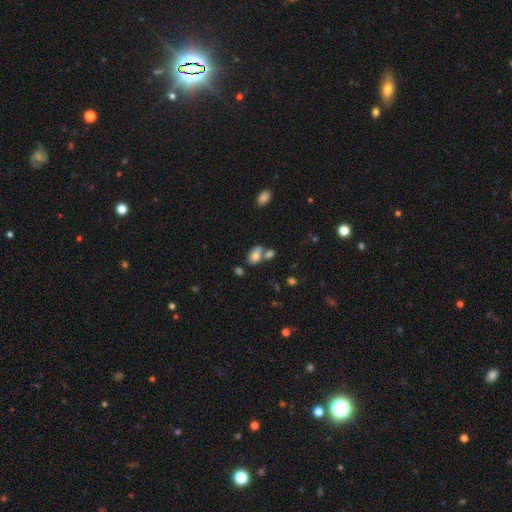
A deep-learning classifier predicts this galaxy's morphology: Smooth or featured: smooth — 76% (featured or disk — 15%)
How rounded: in between — 91% (round — 6%)
Merging: none — 52% (merger — 31%)